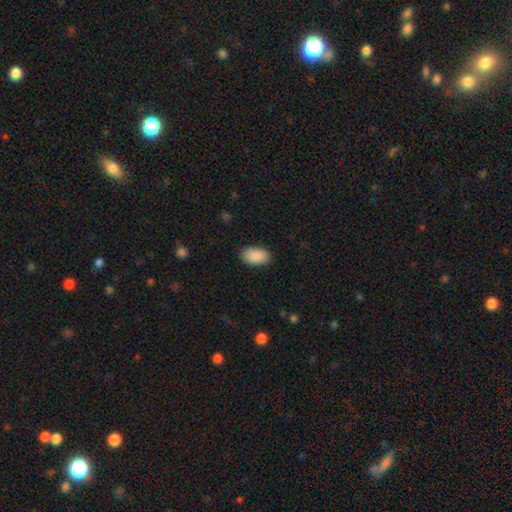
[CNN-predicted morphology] type=smooth (91%); roundness=in between (93%); merging=none (87%).